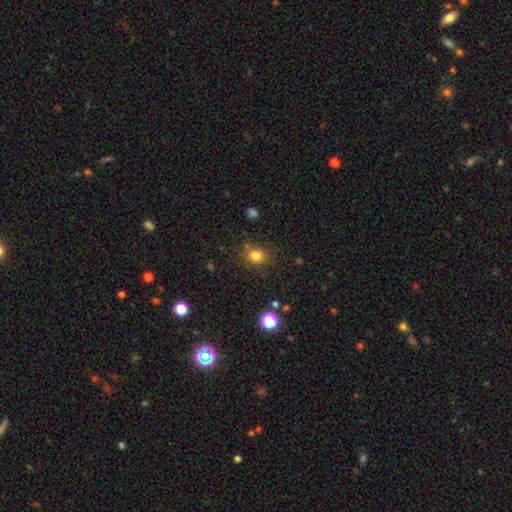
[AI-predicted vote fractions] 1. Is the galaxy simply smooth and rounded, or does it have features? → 81% smooth, 14% star or artifact, 6% featured or disk.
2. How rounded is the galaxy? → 74% round, 25% in between, 1% cigar-shaped.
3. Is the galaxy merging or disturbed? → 80% none, 12% minor disturbance, 4% major disturbance, 3% merger.